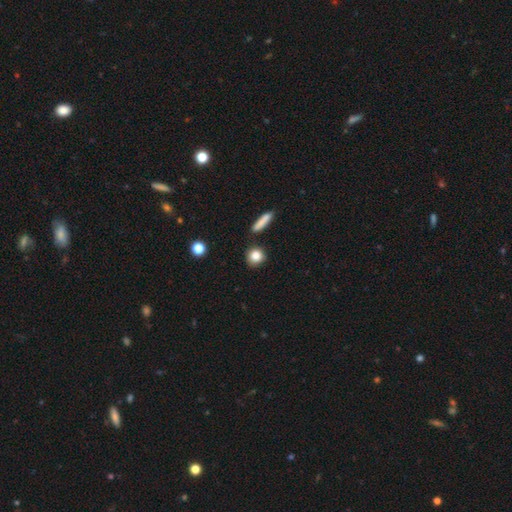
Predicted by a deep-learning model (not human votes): smooth_or_featured: smooth (p=0.85) [alt: star or artifact p=0.09]
how_rounded: round (p=0.81) [alt: in between p=0.15]
merging: none (p=0.82) [alt: minor disturbance p=0.10]